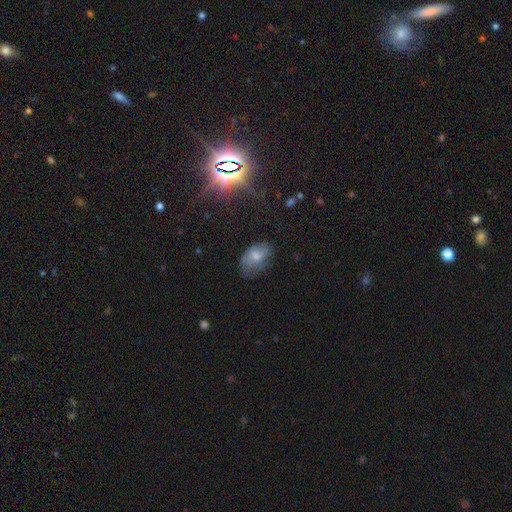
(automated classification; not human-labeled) Q: Smooth or featured?
A: smooth (57%); runner-up: featured or disk (32%)
Q: How rounded?
A: in between (87%); runner-up: round (11%)
Q: Merging?
A: none (48%); runner-up: minor disturbance (32%)